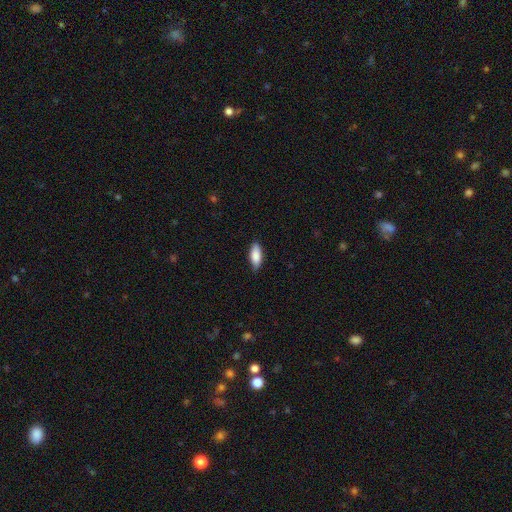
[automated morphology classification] Smooth or featured? smooth (85%)
How rounded? in between (78%)
Merging? none (84%)